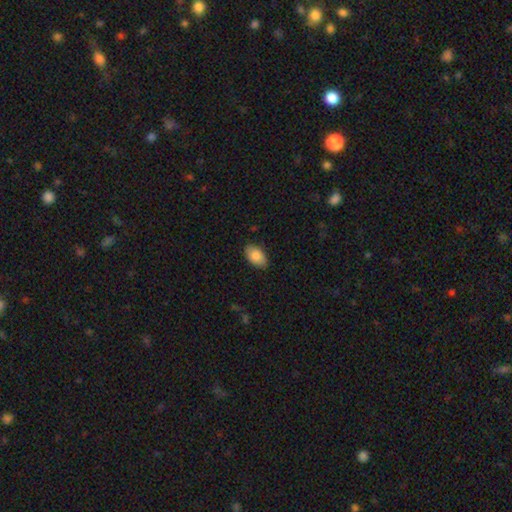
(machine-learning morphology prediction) smooth_or_featured: smooth (p=0.87) [alt: featured or disk p=0.07]
how_rounded: in between (p=0.92) [alt: round p=0.07]
merging: none (p=0.84) [alt: minor disturbance p=0.13]